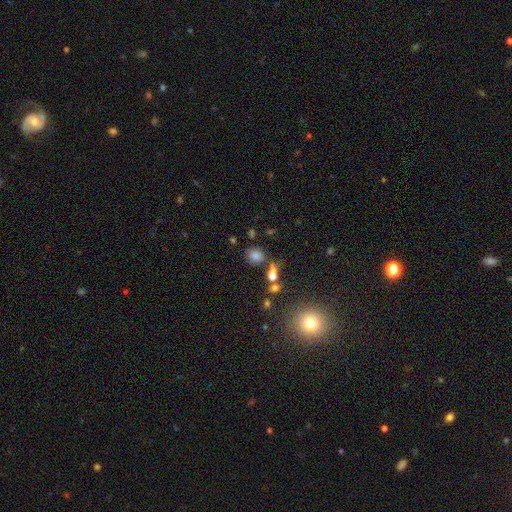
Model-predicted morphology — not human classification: A smooth galaxy with no disk features (76%) that is round (71%). Merging: none (70%).